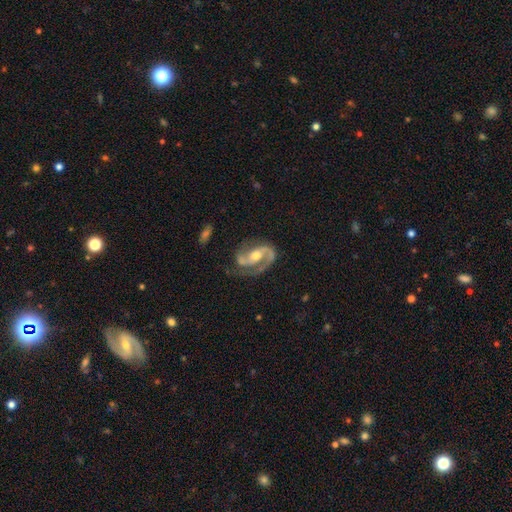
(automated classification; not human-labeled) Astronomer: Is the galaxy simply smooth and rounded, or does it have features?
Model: featured or disk — 92%.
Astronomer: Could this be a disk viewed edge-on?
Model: no — 98%.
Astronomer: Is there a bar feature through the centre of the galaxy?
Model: weak — 38% (runner-up: no, 34%).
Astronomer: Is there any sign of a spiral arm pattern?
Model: yes — 98%.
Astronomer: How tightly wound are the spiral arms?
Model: medium — 58%.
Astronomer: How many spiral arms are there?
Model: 2 — 90%.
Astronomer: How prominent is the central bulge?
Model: moderate — 66%.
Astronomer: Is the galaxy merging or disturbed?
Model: none — 71%.